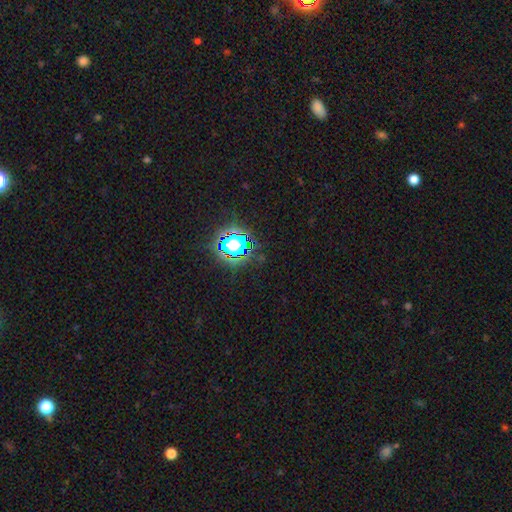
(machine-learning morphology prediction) This is likely a star or artifact rather than a galaxy (78%).